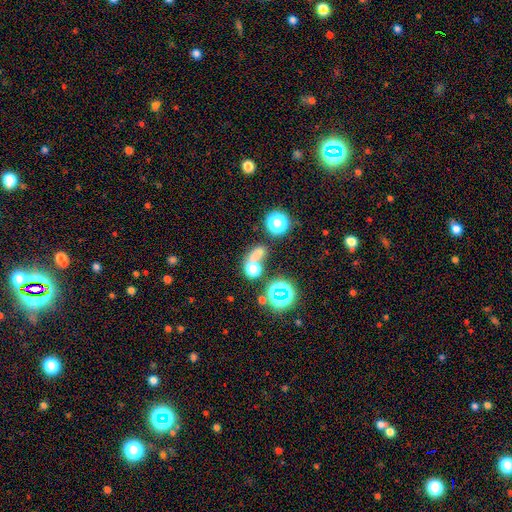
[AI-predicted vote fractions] Q: Smooth or featured?
A: smooth (57%); runner-up: star or artifact (33%)
Q: How rounded?
A: in between (48%); runner-up: round (46%)
Q: Merging?
A: none (48%); runner-up: merger (35%)